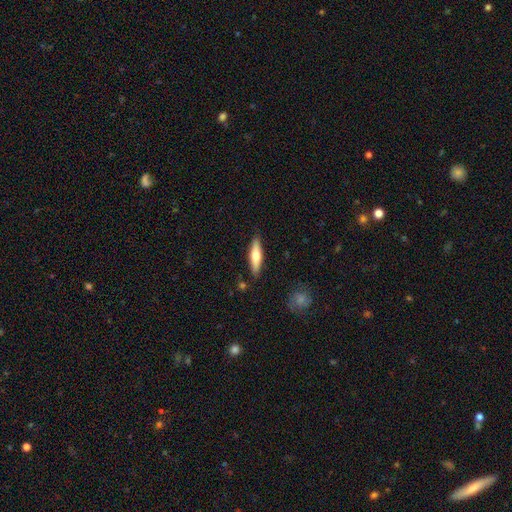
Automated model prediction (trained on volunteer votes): The model was most divided on "smooth or featured": smooth: 54%, featured or disk: 40%, star or artifact: 6%. More confident: merging — none (87%); how rounded — cigar-shaped (71%).